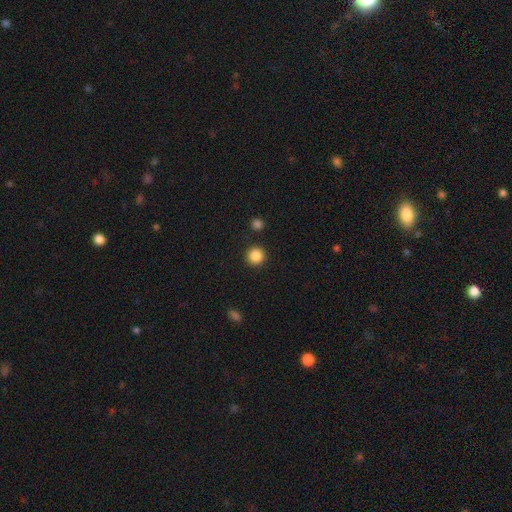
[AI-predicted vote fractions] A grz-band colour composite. It shows a smooth galaxy with no disk features (87%) that is round (95%). Merging: none (91%).